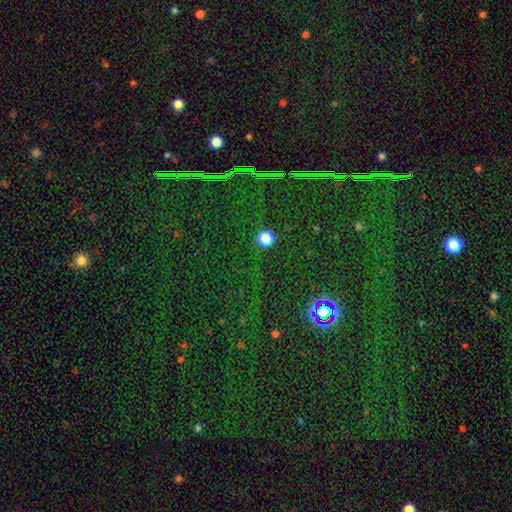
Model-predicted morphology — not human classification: Q: Smooth or featured?
A: star or artifact (82%); runner-up: smooth (10%)